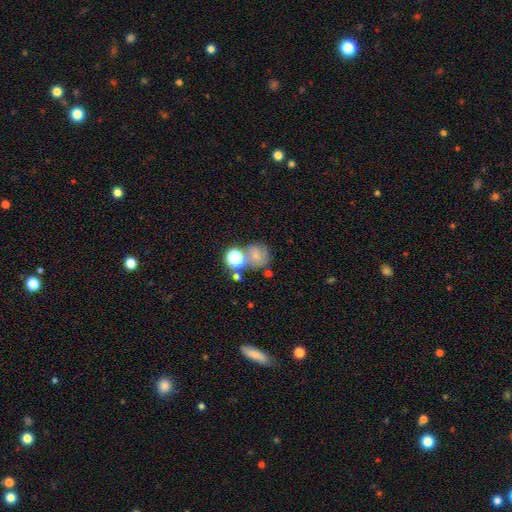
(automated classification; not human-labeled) This appears to be a smooth galaxy with no disk features (58%) that is round (77%). Merging: none (47%).